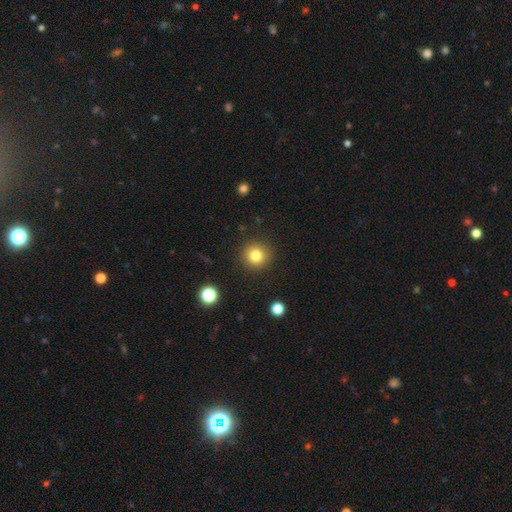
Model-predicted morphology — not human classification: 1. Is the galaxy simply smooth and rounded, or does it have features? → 81% smooth, 12% star or artifact, 8% featured or disk.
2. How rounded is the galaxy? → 93% round, 6% in between, 1% cigar-shaped.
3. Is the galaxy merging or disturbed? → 90% none, 6% minor disturbance, 2% major disturbance, 1% merger.